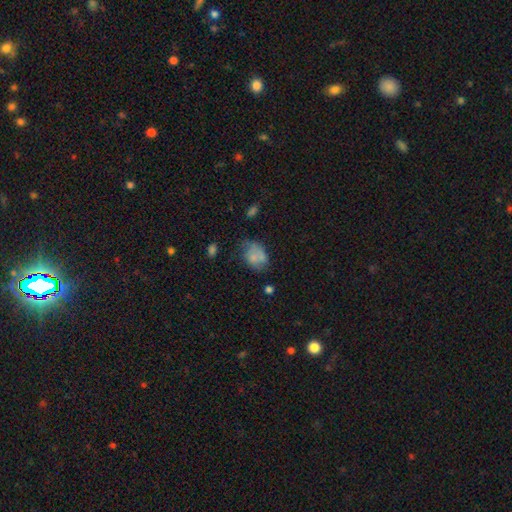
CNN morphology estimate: Smooth or featured? smooth (63%)
How rounded? in between (71%)
Merging? none (39%)